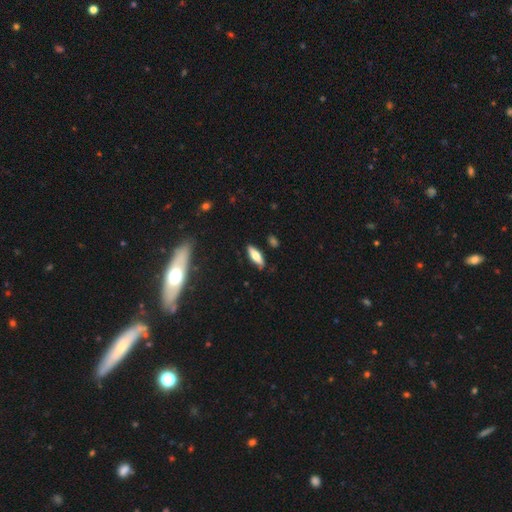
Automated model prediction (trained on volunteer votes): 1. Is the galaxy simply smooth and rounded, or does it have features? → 65% smooth, 28% featured or disk, 7% star or artifact.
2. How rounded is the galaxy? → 55% in between, 43% cigar-shaped, 2% round.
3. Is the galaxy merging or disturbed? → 83% none, 13% minor disturbance, 2% major disturbance, 2% merger.